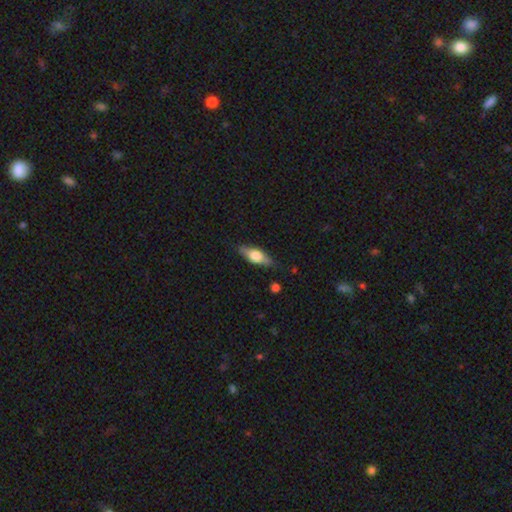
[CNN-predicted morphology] This is possibly a smooth galaxy (57%). How rounded: likely in between (69%). Merging: likely none (80%).